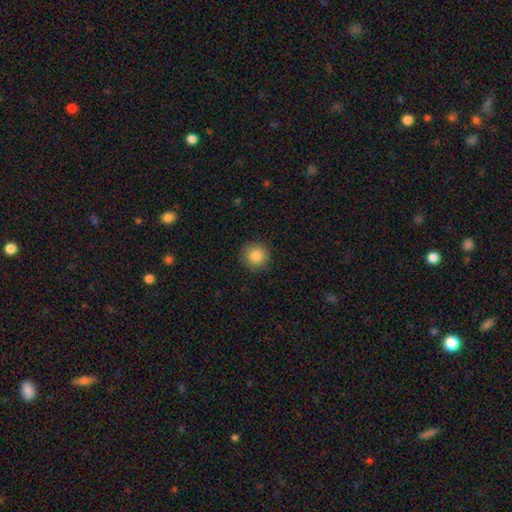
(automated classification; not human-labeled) smooth-or-featured: smooth: 86% | star or artifact: 9% | featured or disk: 5%
  how-rounded: round: 94% | in between: 5% | cigar-shaped: 1%
  merging: none: 89% | minor disturbance: 8% | major disturbance: 2% | merger: 1%